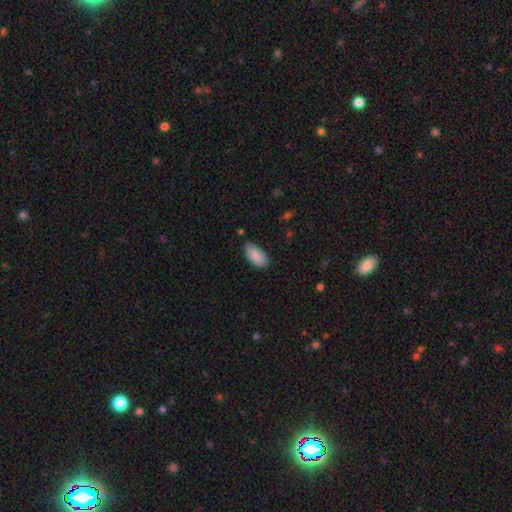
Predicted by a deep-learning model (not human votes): This appears to be a smooth galaxy with no disk features (85%) that is in between round and cigar-shaped (95%). Merging: none (71%).